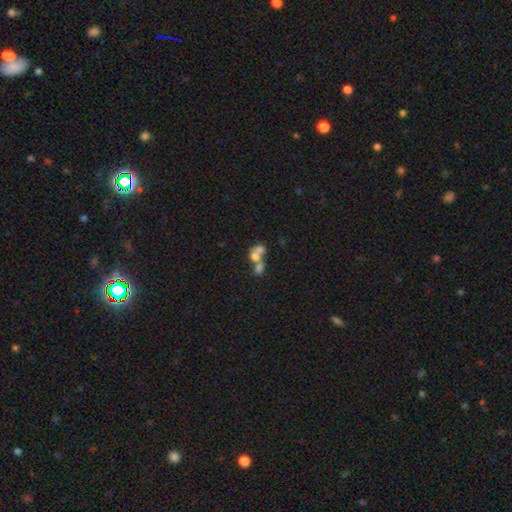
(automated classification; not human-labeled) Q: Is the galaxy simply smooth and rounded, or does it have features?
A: smooth — 61%.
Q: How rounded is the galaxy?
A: in between — 50%.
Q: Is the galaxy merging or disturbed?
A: merger — 70%.